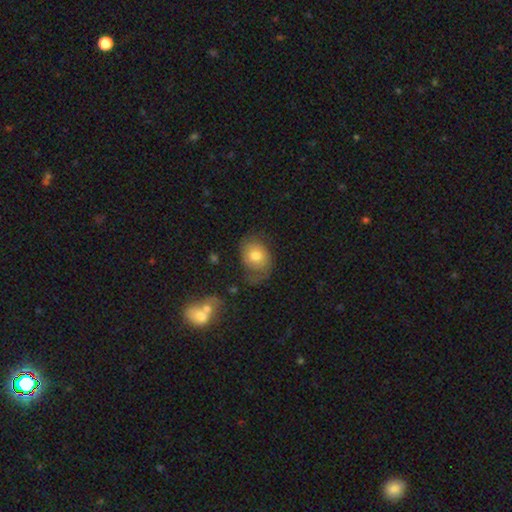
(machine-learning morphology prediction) type=smooth (61%); roundness=in between (58%); merging=none (48%).